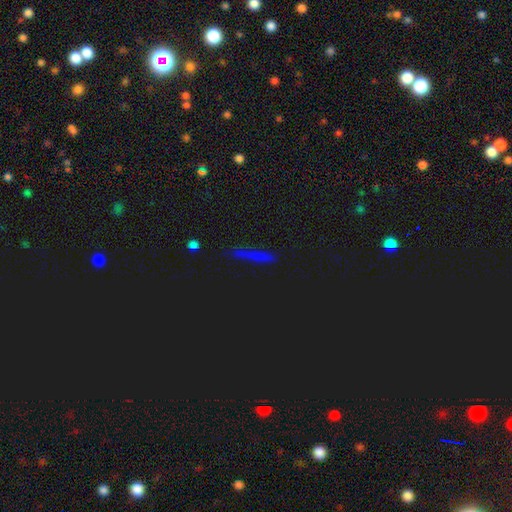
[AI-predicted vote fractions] smooth-or-featured: star or artifact: 46% | smooth: 40% | featured or disk: 14%